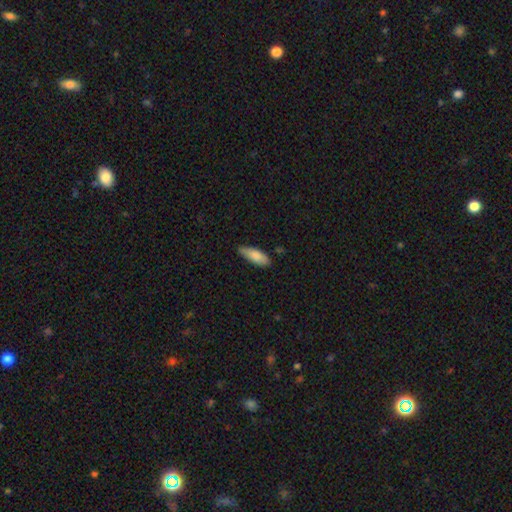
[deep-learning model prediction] Smooth or featured? smooth (83%)
How rounded? in between (71%)
Merging? none (69%)